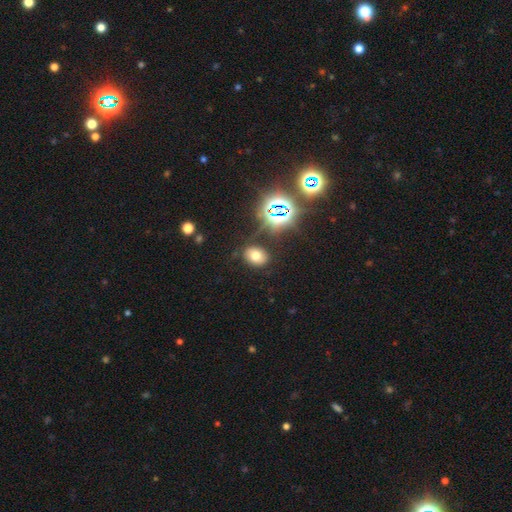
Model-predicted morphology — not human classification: A smooth galaxy with no disk features (65%) that is in between round and cigar-shaped (61%).

Vote fractions:
- Smooth or featured? smooth: 65% / star or artifact: 23% / featured or disk: 12%
- How rounded? in between: 61% / round: 38% / cigar-shaped: 1%
- Merging? none: 83% / minor disturbance: 11% / major disturbance: 4% / merger: 3%